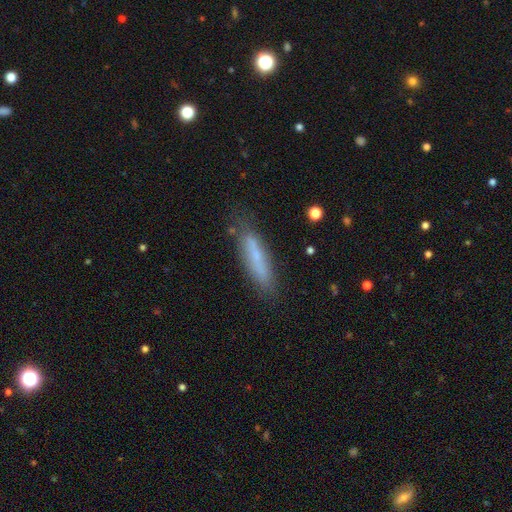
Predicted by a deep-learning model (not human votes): smooth-or-featured: smooth: 62% | featured or disk: 30% | star or artifact: 8%
  how-rounded: cigar-shaped: 80% | in between: 18% | round: 2%
  merging: none: 78% | minor disturbance: 16% | major disturbance: 4% | merger: 2%